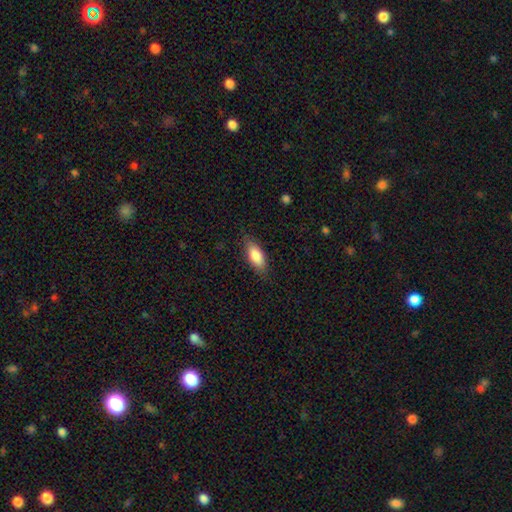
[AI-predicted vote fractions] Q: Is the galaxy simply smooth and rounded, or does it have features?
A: smooth — 83%.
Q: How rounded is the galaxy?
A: in between — 77%.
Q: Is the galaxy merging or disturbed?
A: none — 81%.